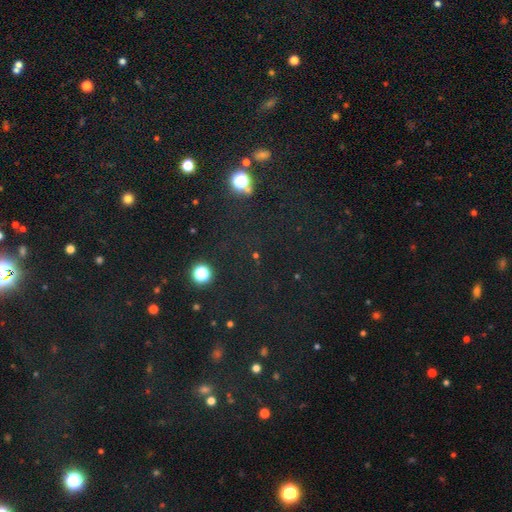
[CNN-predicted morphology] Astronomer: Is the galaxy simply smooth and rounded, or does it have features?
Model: star or artifact — 64%.